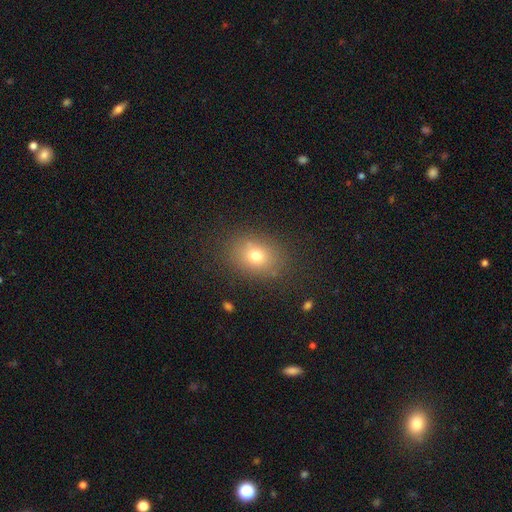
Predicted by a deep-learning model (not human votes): Smooth or featured: smooth — 74% (star or artifact — 14%)
How rounded: in between — 56% (round — 43%)
Merging: none — 84% (minor disturbance — 11%)